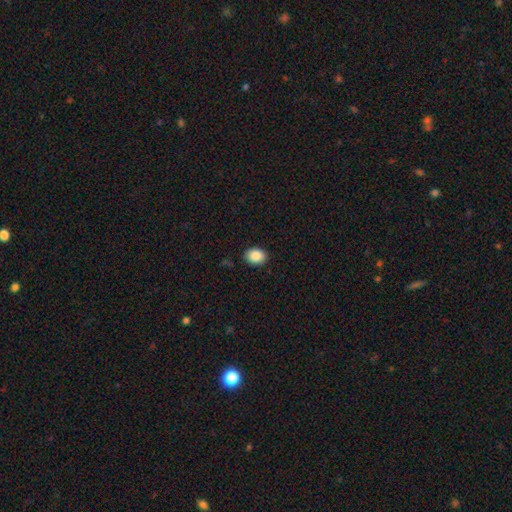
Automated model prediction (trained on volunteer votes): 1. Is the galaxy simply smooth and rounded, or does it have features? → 88% smooth, 8% star or artifact, 4% featured or disk.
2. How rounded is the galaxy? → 66% in between, 33% round, 1% cigar-shaped.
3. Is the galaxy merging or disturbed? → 88% none, 9% minor disturbance, 2% major disturbance, 1% merger.